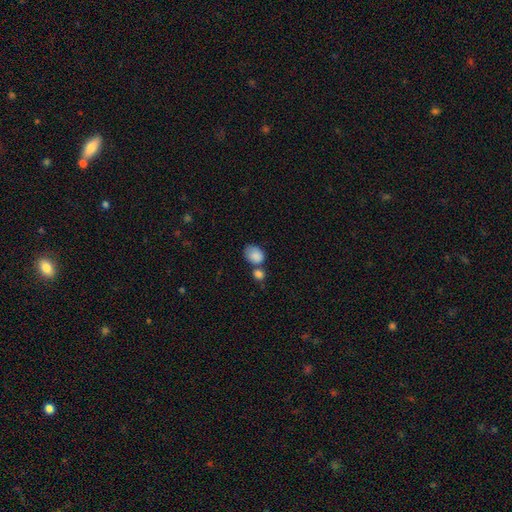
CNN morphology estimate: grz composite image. It shows a smooth galaxy with no disk features (86%) that is in between round and cigar-shaped (63%). Merging: merger (40%).